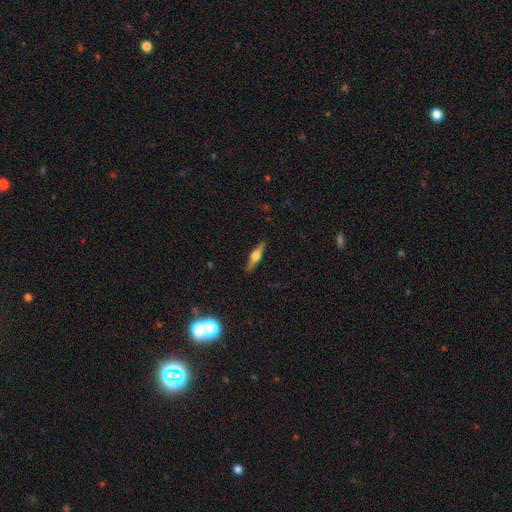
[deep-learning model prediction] Q: Smooth or featured?
A: featured or disk (60%); runner-up: smooth (33%)
Q: Edge-on disk?
A: yes (96%); runner-up: no (4%)
Q: Edge-on bulge?
A: rounded (91%); runner-up: boxy (6%)
Q: Merging?
A: none (89%); runner-up: minor disturbance (8%)